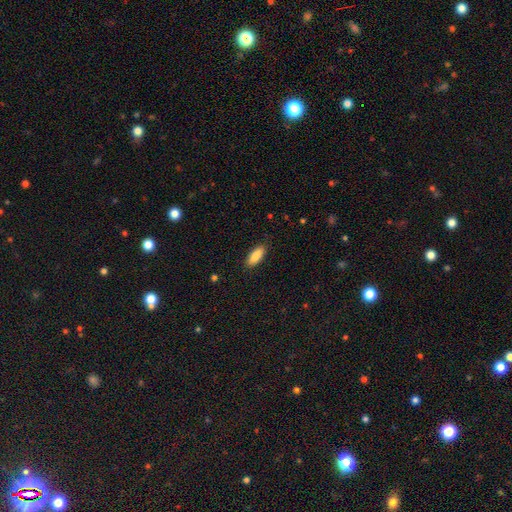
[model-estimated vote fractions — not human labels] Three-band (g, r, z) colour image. It shows a smooth galaxy with no disk features (86%) that is in between round and cigar-shaped (77%). Merging: none (87%).